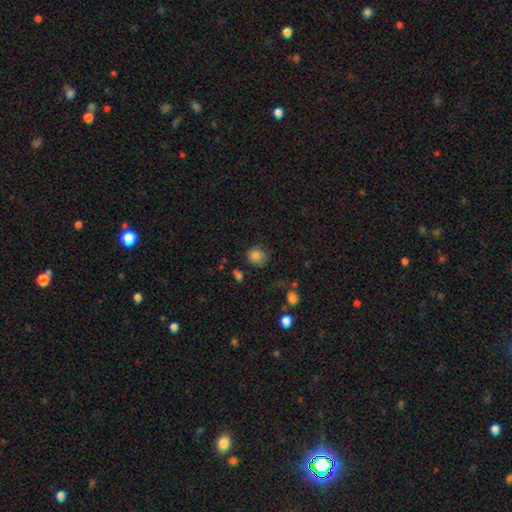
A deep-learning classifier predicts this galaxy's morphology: Smooth or featured? smooth (81%)
How rounded? round (83%)
Merging? none (71%)